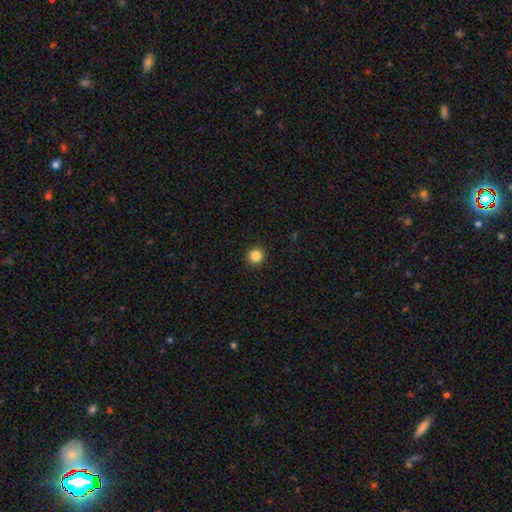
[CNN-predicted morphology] type=smooth (85%); roundness=round (93%); merging=none (93%).